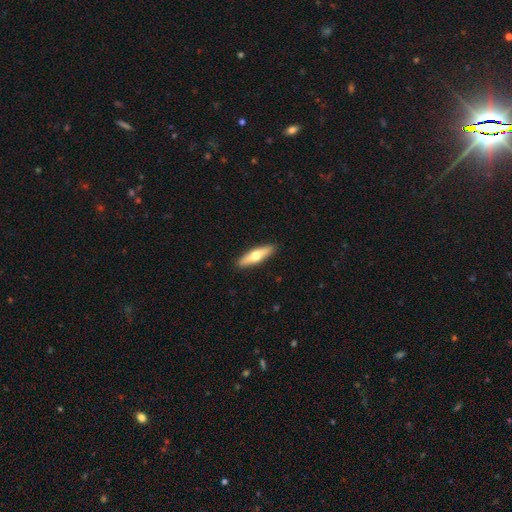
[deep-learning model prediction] smooth_or_featured: smooth (p=0.51) [alt: featured or disk p=0.44]
how_rounded: cigar-shaped (p=0.67) [alt: in between p=0.30]
merging: none (p=0.91) [alt: minor disturbance p=0.07]